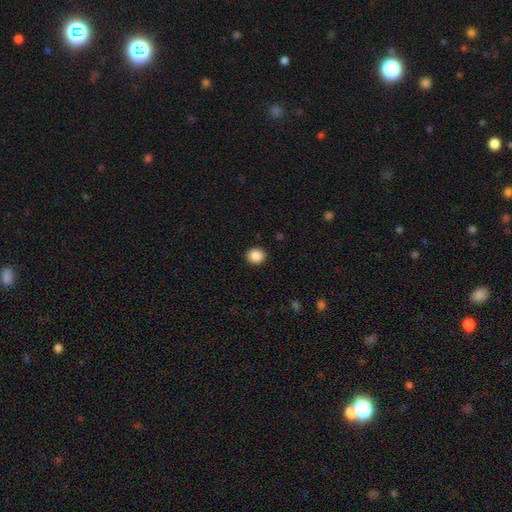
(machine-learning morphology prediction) Q: Smooth or featured?
A: smooth (88%); runner-up: star or artifact (9%)
Q: How rounded?
A: round (82%); runner-up: in between (17%)
Q: Merging?
A: none (91%); runner-up: minor disturbance (6%)